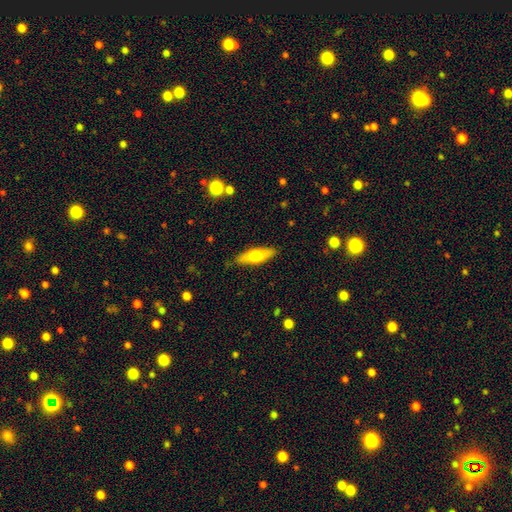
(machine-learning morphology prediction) The model was most divided on "how rounded": cigar-shaped: 51%, in between: 47%, round: 2%. More confident: merging — none (86%); smooth or featured — smooth (63%).